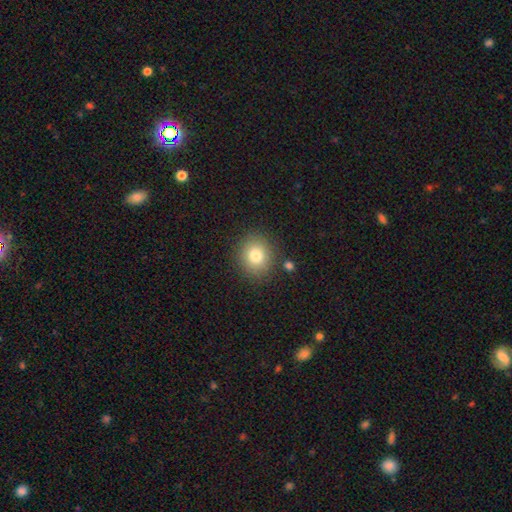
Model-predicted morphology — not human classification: smooth_or_featured: smooth (p=0.79) [alt: star or artifact p=0.11]
how_rounded: round (p=0.78) [alt: in between p=0.21]
merging: none (p=0.85) [alt: minor disturbance p=0.08]